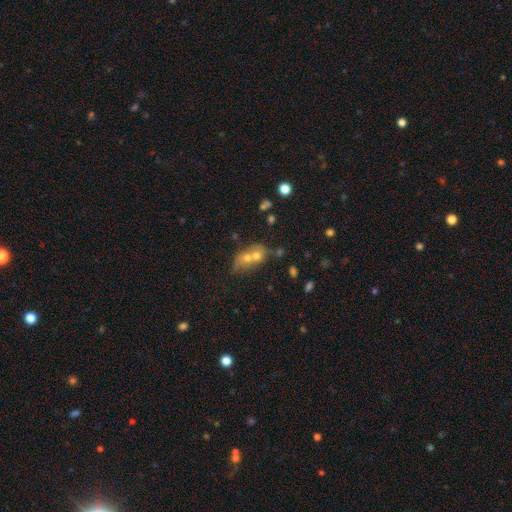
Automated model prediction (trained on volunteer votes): A smooth galaxy with no disk features (52%) that is in between round and cigar-shaped (50%).

Vote fractions:
- Smooth or featured? smooth: 52% / featured or disk: 26% / star or artifact: 23%
- How rounded? in between: 50% / round: 45% / cigar-shaped: 5%
- Merging? merger: 52% / none: 30% / minor disturbance: 10% / major disturbance: 8%